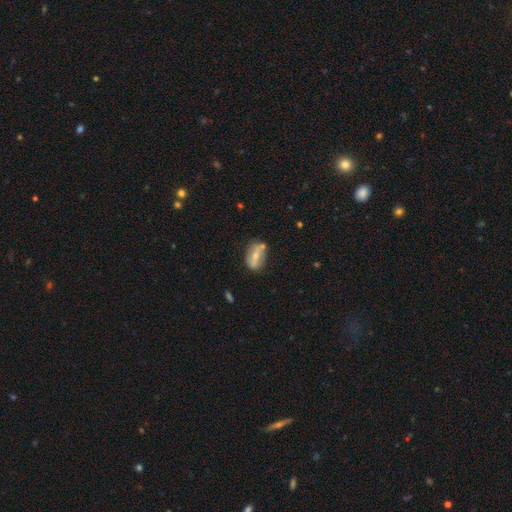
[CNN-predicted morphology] A smooth galaxy with no disk features (48%). Merging: none (69%).